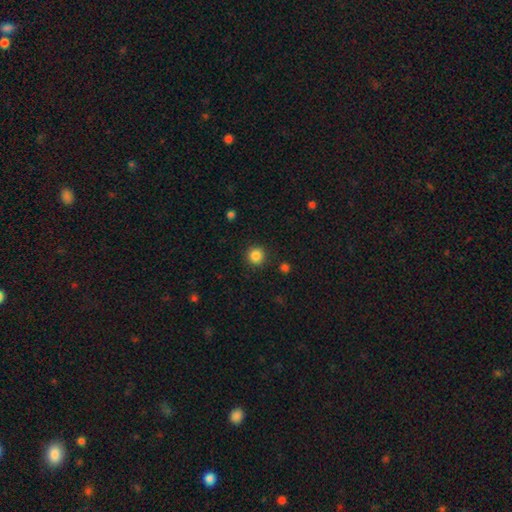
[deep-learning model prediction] This is clearly a smooth galaxy (86%). How rounded: clearly round (95%). Merging: clearly none (91%).